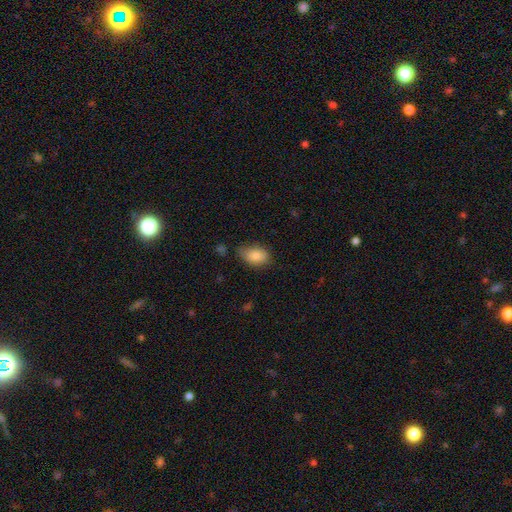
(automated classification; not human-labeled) smooth 84%, featured or disk 9%, star or artifact 7%. Down the decision tree: how rounded — in between (89%); merging — none (66%).